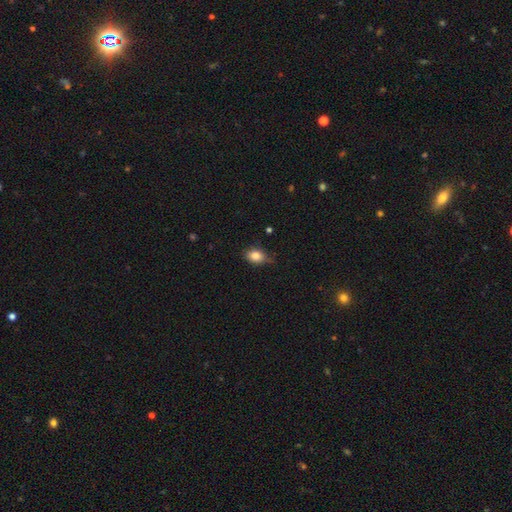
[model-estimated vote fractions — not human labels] Morphology: type=smooth (82%); roundness=in between (70%); merging=none (66%).